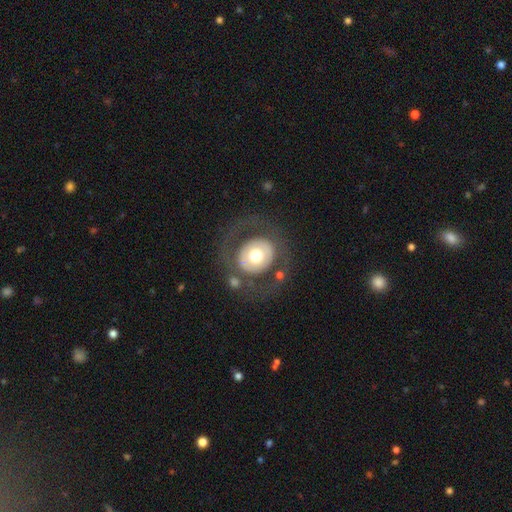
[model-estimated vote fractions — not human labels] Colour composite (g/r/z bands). It shows a smooth galaxy with no disk features (48%). Merging: none (72%).